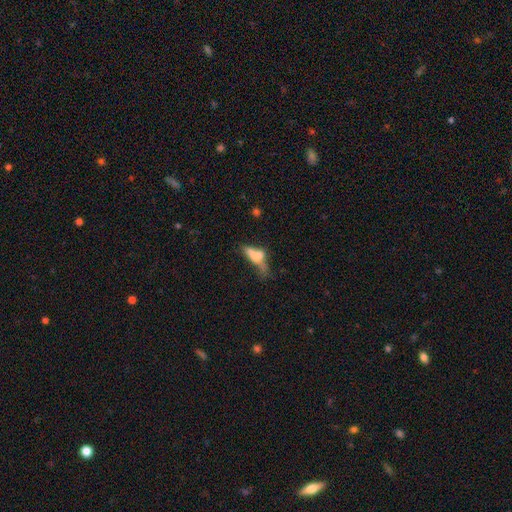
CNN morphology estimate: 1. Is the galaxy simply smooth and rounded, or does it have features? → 52% smooth, 35% featured or disk, 13% star or artifact.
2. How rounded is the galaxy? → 61% in between, 33% cigar-shaped, 6% round.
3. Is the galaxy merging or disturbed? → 32% major disturbance, 28% merger, 21% none, 18% minor disturbance.